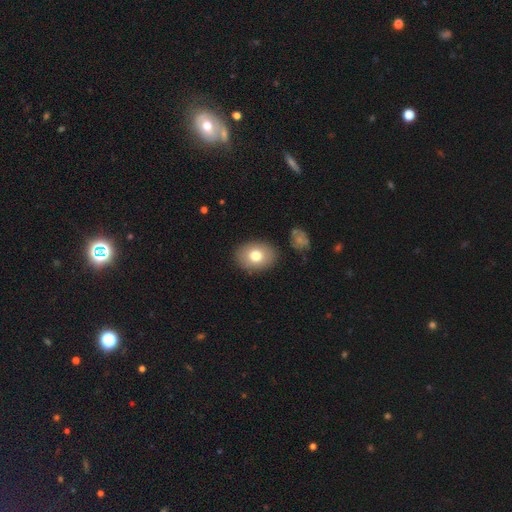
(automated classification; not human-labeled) Overall: smooth (77%). How rounded: in between (62%; round 38%). Merging: none (87%).